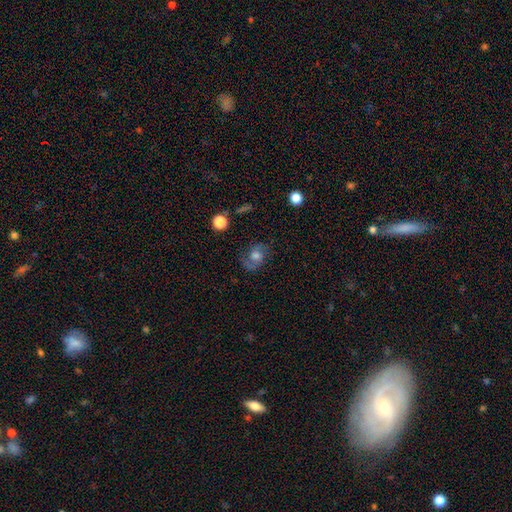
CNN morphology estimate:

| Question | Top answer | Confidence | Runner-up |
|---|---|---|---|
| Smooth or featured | featured or disk | 58% | smooth (30%) |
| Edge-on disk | no | 96% | yes (4%) |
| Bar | no | 69% | weak (26%) |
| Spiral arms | yes | 86% | no (14%) |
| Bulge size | moderate | 56% | large (22%) |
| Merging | none | 69% | minor disturbance (18%) |